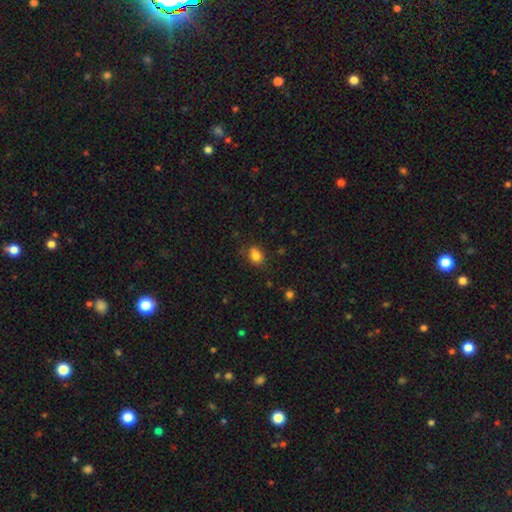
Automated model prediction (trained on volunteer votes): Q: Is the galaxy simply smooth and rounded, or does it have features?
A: smooth — 81%.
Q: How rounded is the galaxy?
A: in between — 53%.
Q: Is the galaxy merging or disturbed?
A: none — 71%.